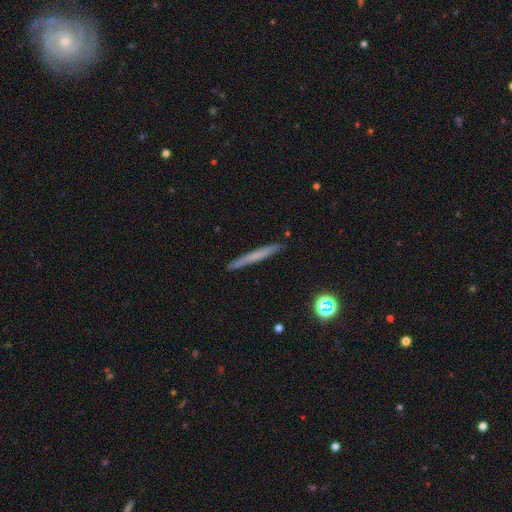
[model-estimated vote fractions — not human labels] This appears to be a smooth galaxy with no disk features (54%) that is cigar-shaped (96%). Merging: none (90%).